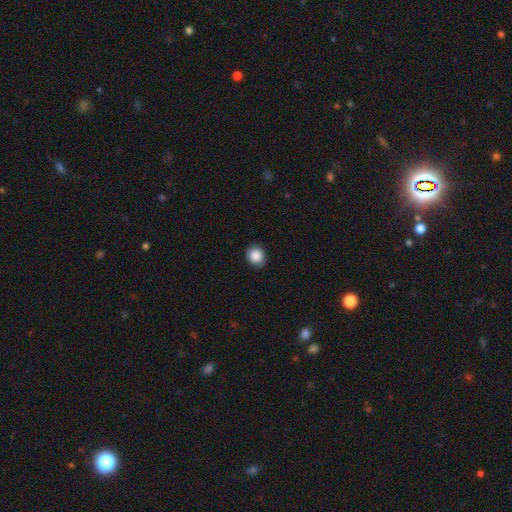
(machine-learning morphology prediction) A smooth galaxy with no disk features (87%) that is round (78%). Merging: none (87%).